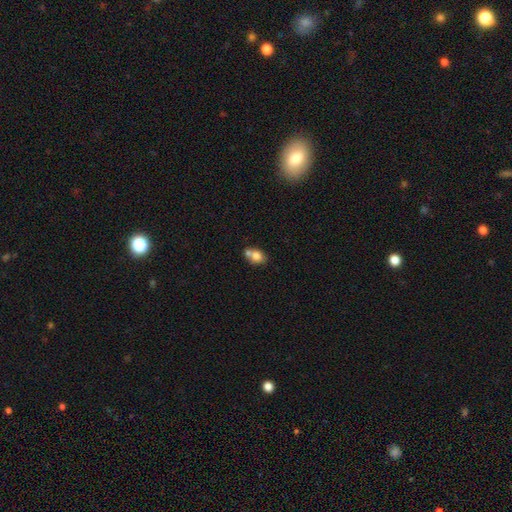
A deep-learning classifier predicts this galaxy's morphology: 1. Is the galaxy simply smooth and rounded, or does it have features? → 75% smooth, 16% featured or disk, 9% star or artifact.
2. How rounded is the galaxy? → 53% in between, 46% round, 1% cigar-shaped.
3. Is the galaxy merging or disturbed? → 46% merger, 40% none, 11% minor disturbance, 4% major disturbance.